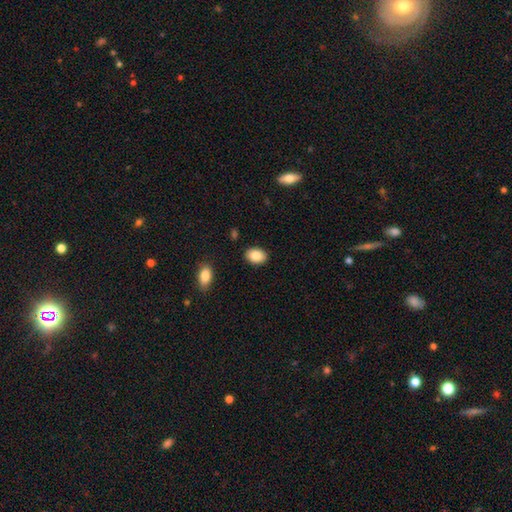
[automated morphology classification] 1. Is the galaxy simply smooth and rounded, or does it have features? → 85% smooth, 7% featured or disk, 7% star or artifact.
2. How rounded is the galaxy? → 82% in between, 17% round, 1% cigar-shaped.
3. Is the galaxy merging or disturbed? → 89% none, 8% minor disturbance, 2% major disturbance, 2% merger.